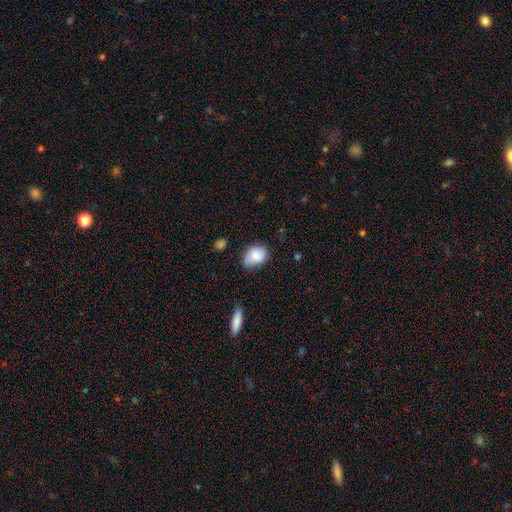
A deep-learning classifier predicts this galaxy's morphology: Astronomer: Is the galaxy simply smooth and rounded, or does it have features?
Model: smooth — 78%.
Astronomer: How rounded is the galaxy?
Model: in between — 69%.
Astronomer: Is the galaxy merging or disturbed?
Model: none — 58%.